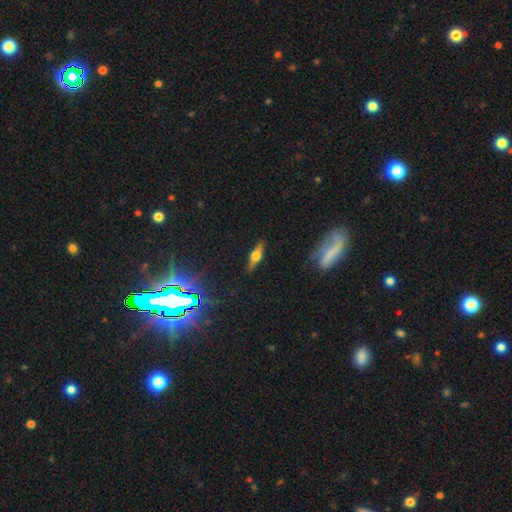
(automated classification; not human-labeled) A featured or disk galaxy (58%) viewed edge-on (93%) with a rounded central bulge (93%).

Vote fractions:
- Smooth or featured? featured or disk: 58% / smooth: 33% / star or artifact: 9%
- Edge-on disk? yes: 93% / no: 7%
- Edge-on bulge? rounded: 93% / boxy: 5% / none: 2%
- Merging? none: 86% / minor disturbance: 10% / major disturbance: 2% / merger: 1%